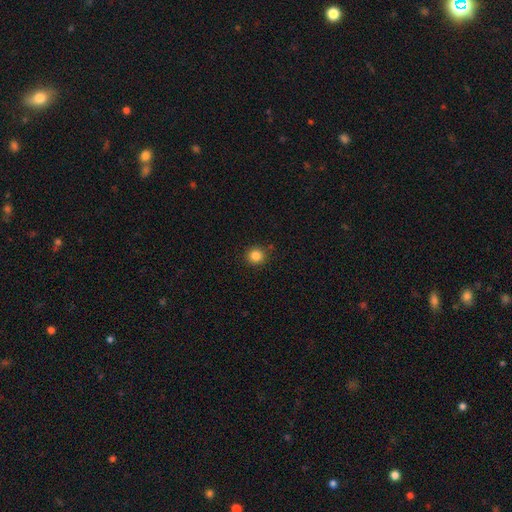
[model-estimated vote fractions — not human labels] smooth_or_featured: smooth (p=0.84) [alt: star or artifact p=0.12]
how_rounded: round (p=0.92) [alt: in between p=0.07]
merging: none (p=0.88) [alt: minor disturbance p=0.07]